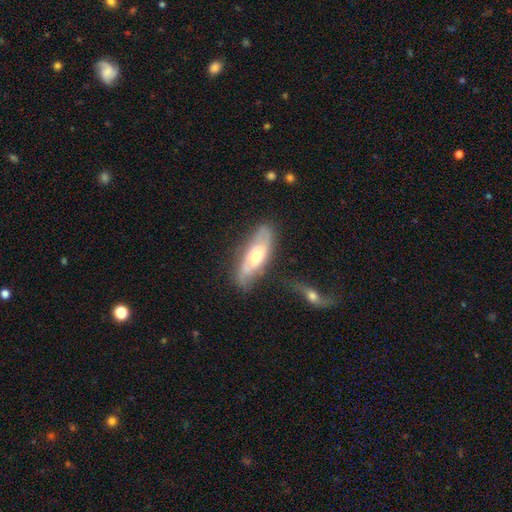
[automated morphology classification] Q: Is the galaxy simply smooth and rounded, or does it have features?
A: featured or disk — 58%.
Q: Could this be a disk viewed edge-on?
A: no — 71%.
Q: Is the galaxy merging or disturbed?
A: none — 69%.